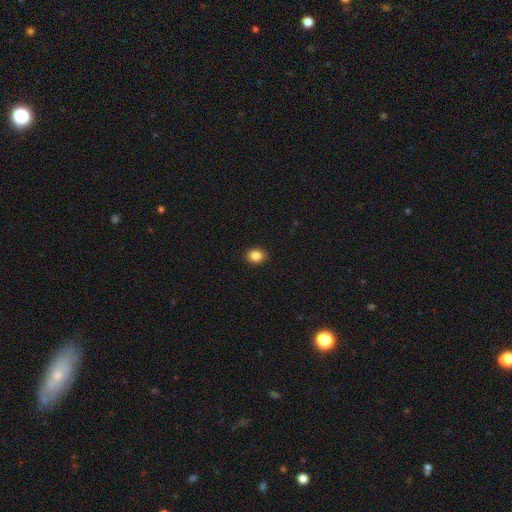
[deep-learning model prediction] Smooth or featured? Predicted: smooth (p=0.85). How rounded? Predicted: round (p=0.67). Merging? Predicted: none (p=0.91).